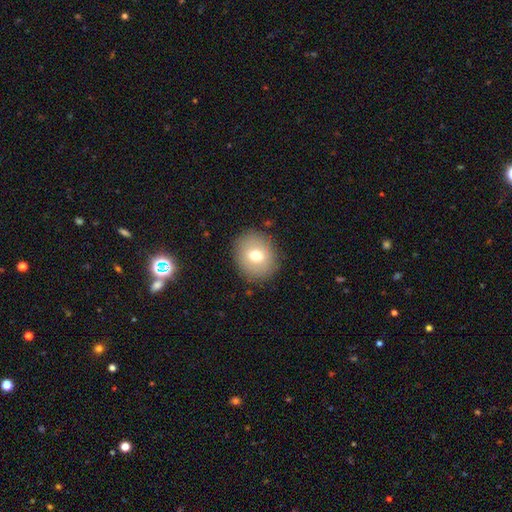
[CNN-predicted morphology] smooth 70%, featured or disk 20%, star or artifact 10%. Down the decision tree: how rounded — round (77%); merging — none (87%).